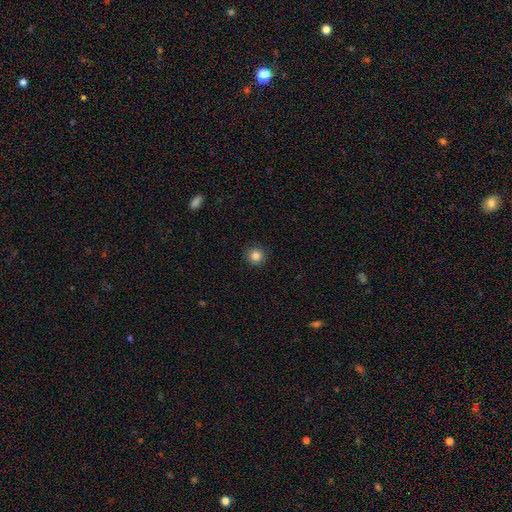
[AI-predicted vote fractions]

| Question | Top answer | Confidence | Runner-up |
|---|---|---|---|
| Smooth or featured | smooth | 84% | star or artifact (11%) |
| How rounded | round | 95% | in between (4%) |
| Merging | none | 92% | minor disturbance (6%) |